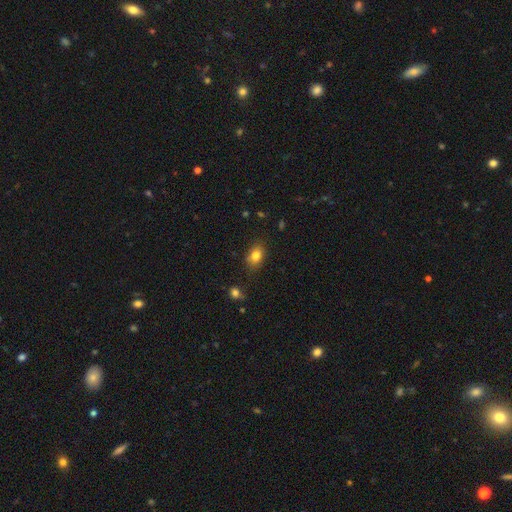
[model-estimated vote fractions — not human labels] Morphology: type=smooth (82%); roundness=in between (71%); merging=none (80%).